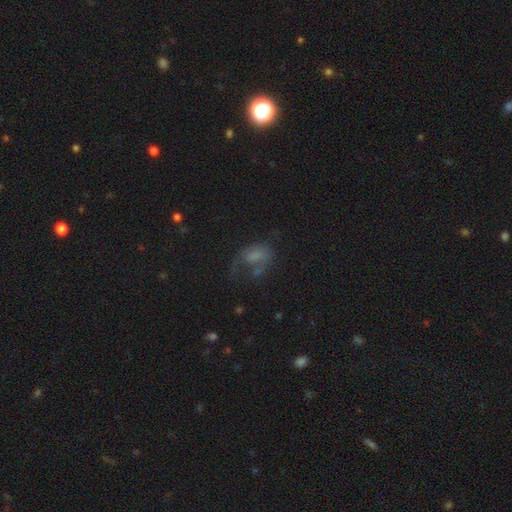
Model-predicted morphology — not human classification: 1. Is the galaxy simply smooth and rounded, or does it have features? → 45% smooth, 38% featured or disk, 18% star or artifact.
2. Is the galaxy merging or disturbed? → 45% major disturbance, 28% none, 19% minor disturbance, 9% merger.